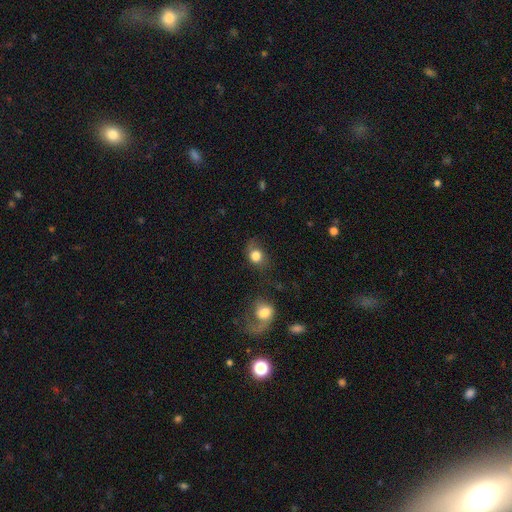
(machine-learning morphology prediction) Smooth or featured? Predicted: smooth (p=0.79). How rounded? Predicted: round (p=0.61). Merging? Predicted: none (p=0.43).